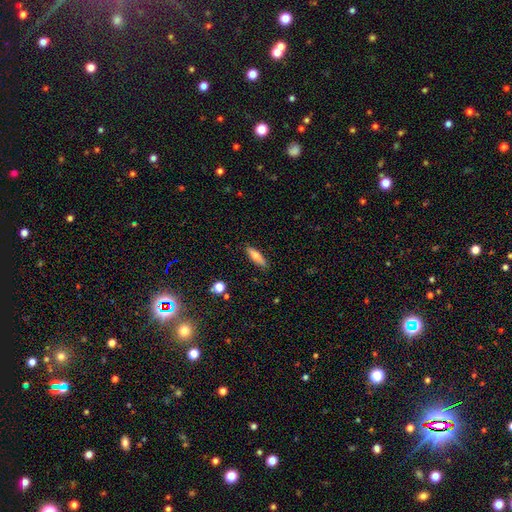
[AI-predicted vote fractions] Smooth or featured? smooth (68%)
How rounded? cigar-shaped (63%)
Merging? none (87%)